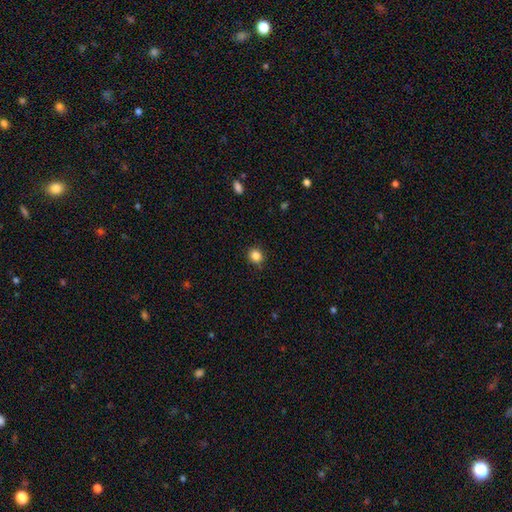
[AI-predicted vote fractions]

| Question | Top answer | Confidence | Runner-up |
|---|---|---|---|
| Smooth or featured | smooth | 85% | star or artifact (11%) |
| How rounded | round | 80% | in between (19%) |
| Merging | none | 88% | minor disturbance (9%) |